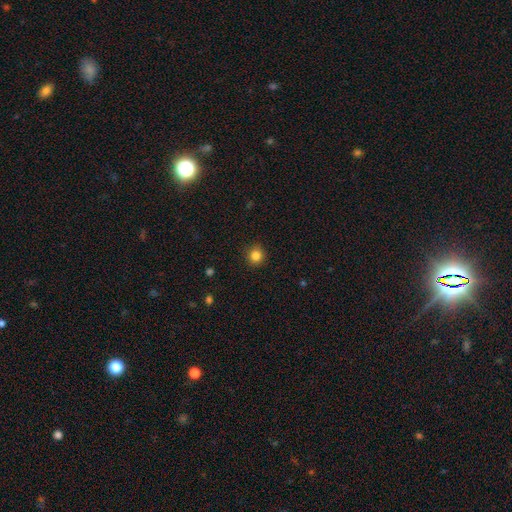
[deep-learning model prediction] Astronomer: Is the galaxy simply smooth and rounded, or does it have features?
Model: smooth — 83%.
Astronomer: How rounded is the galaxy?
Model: round — 92%.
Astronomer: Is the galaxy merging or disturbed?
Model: none — 91%.